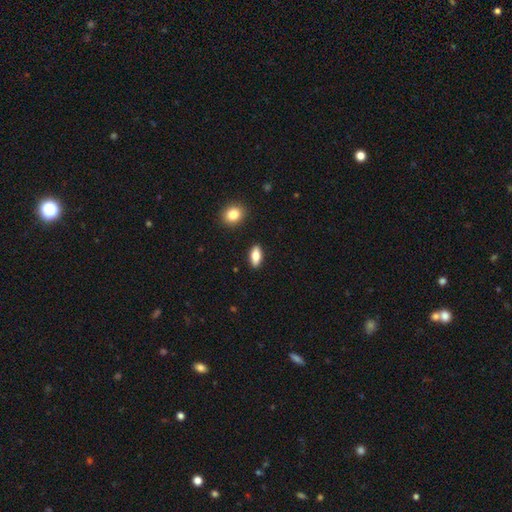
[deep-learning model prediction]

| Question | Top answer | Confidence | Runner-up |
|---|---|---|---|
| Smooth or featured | smooth | 79% | featured or disk (15%) |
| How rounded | in between | 81% | cigar-shaped (15%) |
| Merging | none | 89% | minor disturbance (7%) |